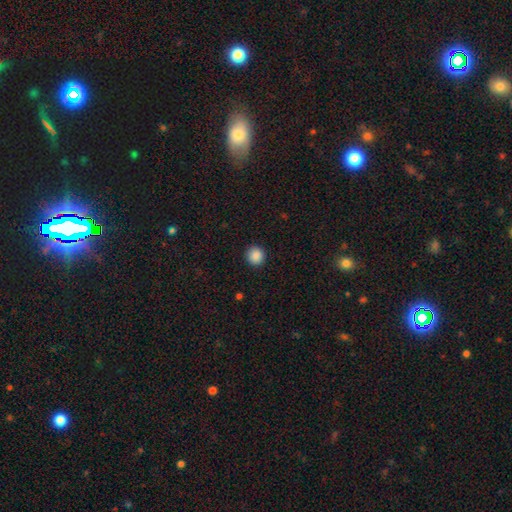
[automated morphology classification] The model was most divided on "smooth or featured": smooth: 88%, star or artifact: 9%, featured or disk: 3%. More confident: how rounded — round (92%); merging — none (92%).